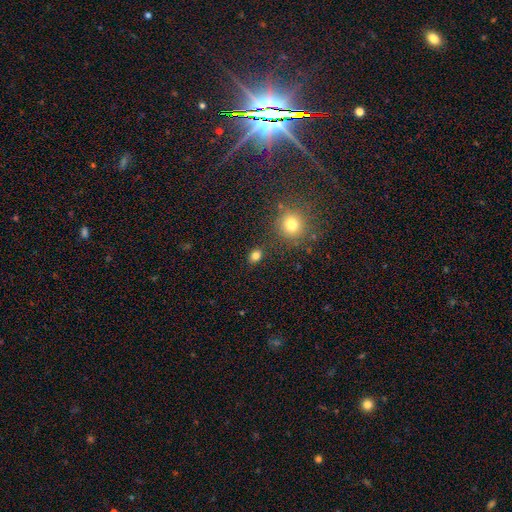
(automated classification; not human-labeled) Overall: smooth (81%). How rounded: round (50%; in between 48%). Merging: none (83%).